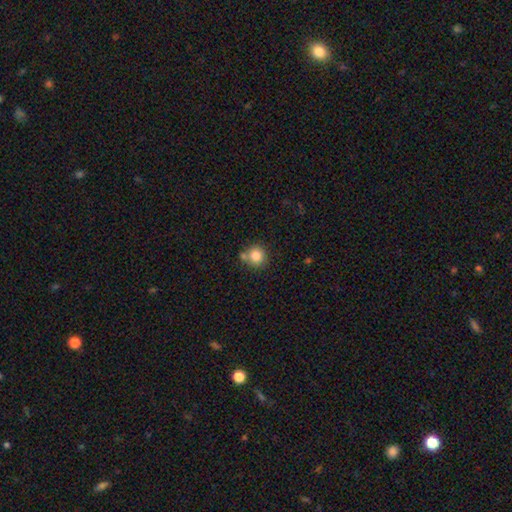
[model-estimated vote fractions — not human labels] smooth-or-featured: smooth: 82% | star or artifact: 10% | featured or disk: 8%
  how-rounded: round: 89% | in between: 10% | cigar-shaped: 1%
  merging: none: 61% | merger: 23% | minor disturbance: 12% | major disturbance: 4%